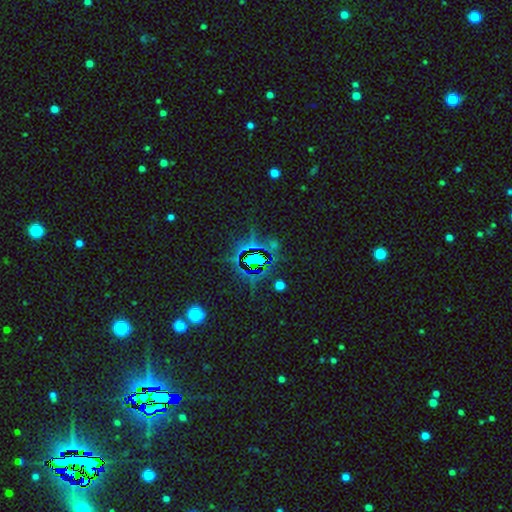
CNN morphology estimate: Smooth or featured? Predicted: star or artifact (p=0.78).